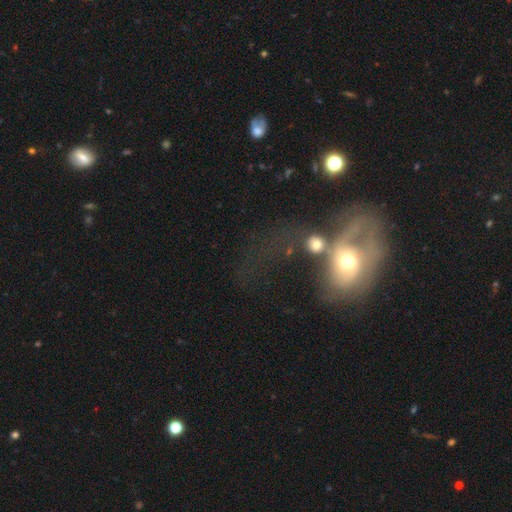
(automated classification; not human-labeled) A featured or disk galaxy (45%). Merging: major disturbance (38%).